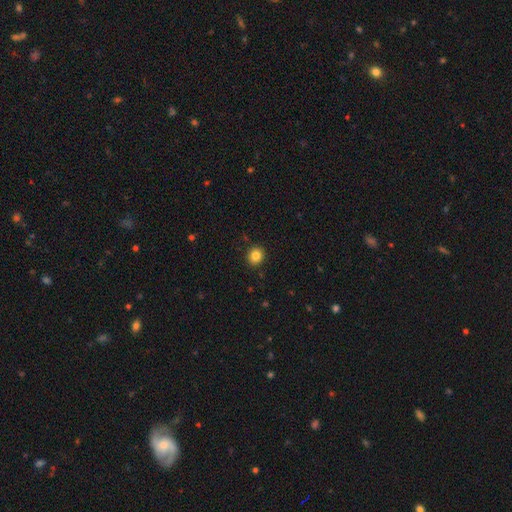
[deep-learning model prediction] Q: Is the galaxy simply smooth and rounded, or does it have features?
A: smooth — 84%.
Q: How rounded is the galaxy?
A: round — 82%.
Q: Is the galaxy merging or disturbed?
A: none — 91%.